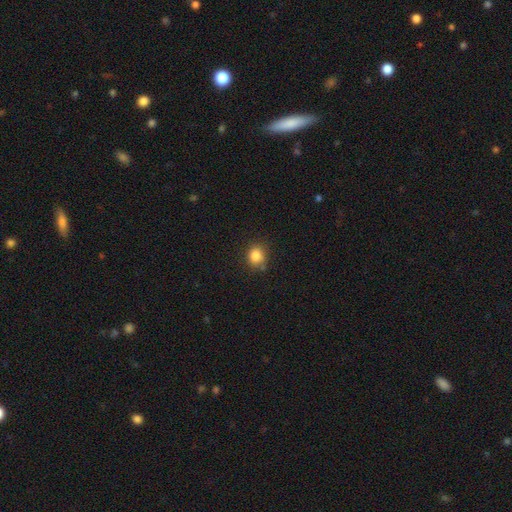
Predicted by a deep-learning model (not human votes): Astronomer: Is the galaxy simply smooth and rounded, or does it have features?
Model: smooth — 84%.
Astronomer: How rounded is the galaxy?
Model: round — 78%.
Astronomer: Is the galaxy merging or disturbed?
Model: none — 78%.